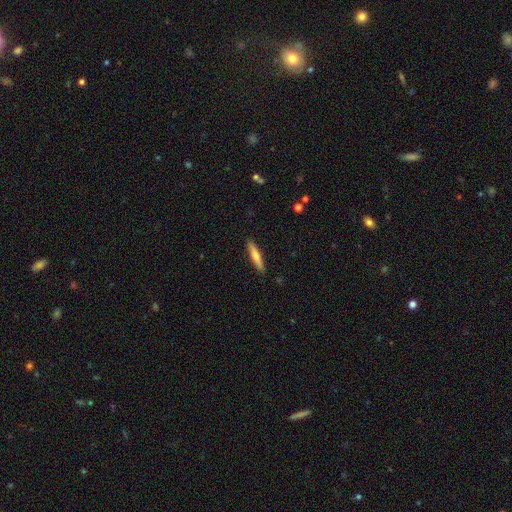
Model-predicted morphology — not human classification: Smooth or featured?
  - smooth: 67% *
  - featured or disk: 27%
  - star or artifact: 6%
How rounded?
  - cigar-shaped: 90% *
  - in between: 8%
  - round: 1%
Merging?
  - none: 90% *
  - minor disturbance: 7%
  - major disturbance: 2%
  - merger: 1%